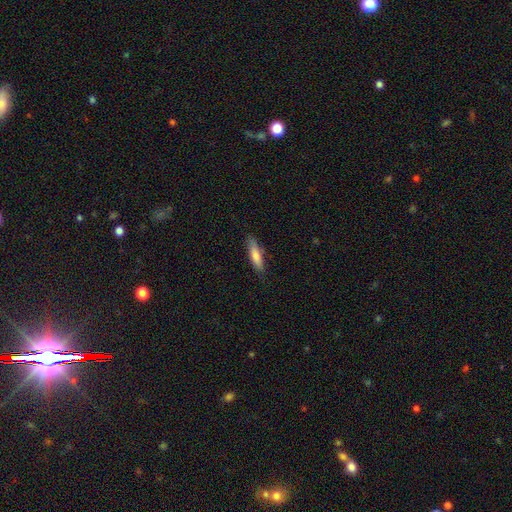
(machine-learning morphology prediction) Overall: smooth (74%). How rounded: cigar-shaped (69%; in between 29%). Merging: none (81%).